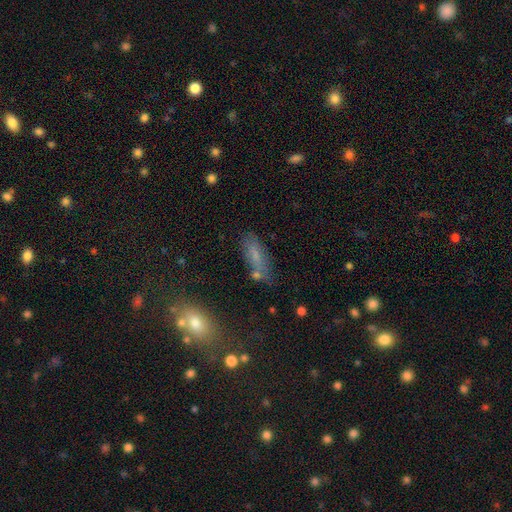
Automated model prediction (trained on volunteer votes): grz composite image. It shows a smooth galaxy with no disk features (67%) that is in between round and cigar-shaped (60%). Merging: none (65%).